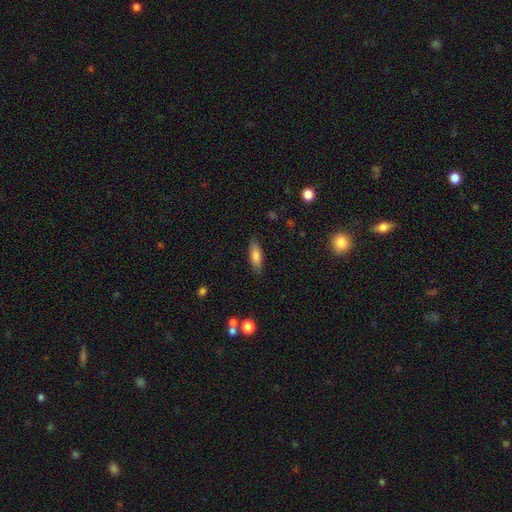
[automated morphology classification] This appears to be a smooth galaxy with no disk features (81%) that is in between round and cigar-shaped (59%). Merging: none (85%).